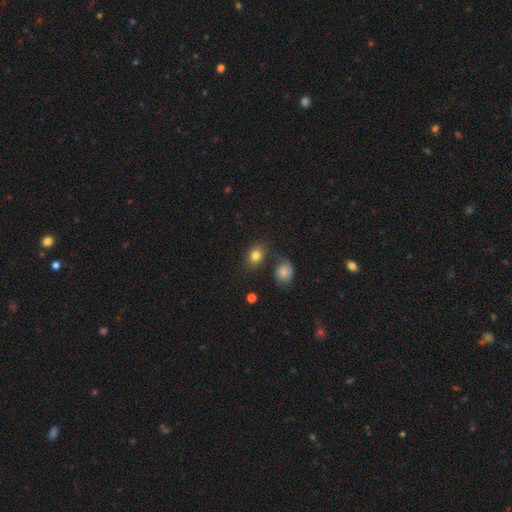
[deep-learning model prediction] Overall: smooth (80%). How rounded: in between (63%; round 36%). Merging: none (66%).